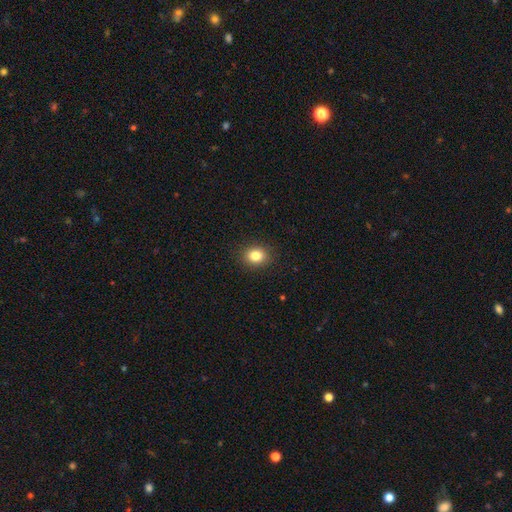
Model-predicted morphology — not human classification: A smooth galaxy with no disk features (83%) that is round (65%).

Vote fractions:
- Smooth or featured? smooth: 83% / star or artifact: 11% / featured or disk: 6%
- How rounded? round: 65% / in between: 34% / cigar-shaped: 1%
- Merging? none: 91% / minor disturbance: 6% / major disturbance: 2% / merger: 1%